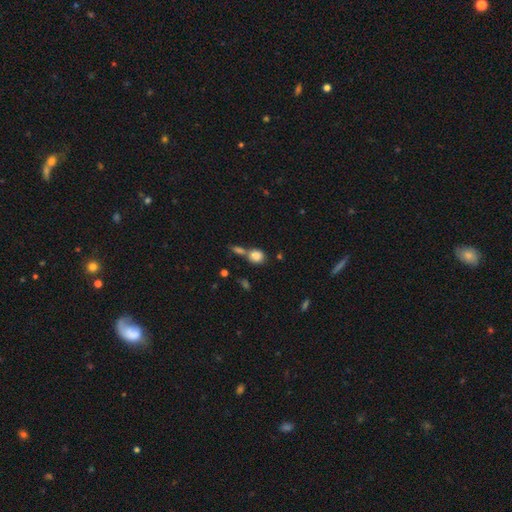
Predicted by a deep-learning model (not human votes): smooth_or_featured: smooth (p=0.84) [alt: star or artifact p=0.09]
how_rounded: round (p=0.67) [alt: in between p=0.30]
merging: none (p=0.47) [alt: merger p=0.38]